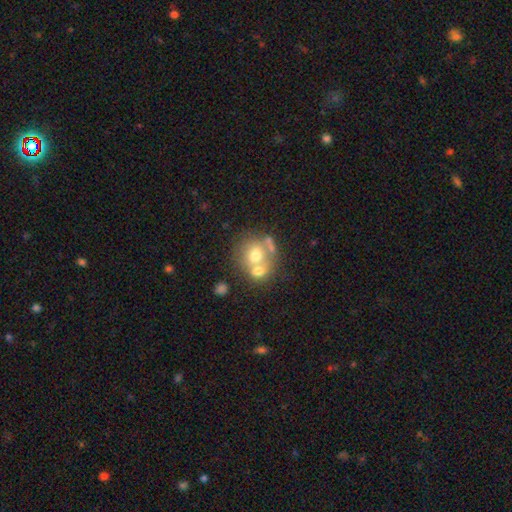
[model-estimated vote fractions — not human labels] Q: Smooth or featured?
A: smooth (61%); runner-up: featured or disk (28%)
Q: How rounded?
A: round (77%); runner-up: in between (22%)
Q: Merging?
A: merger (50%); runner-up: none (36%)